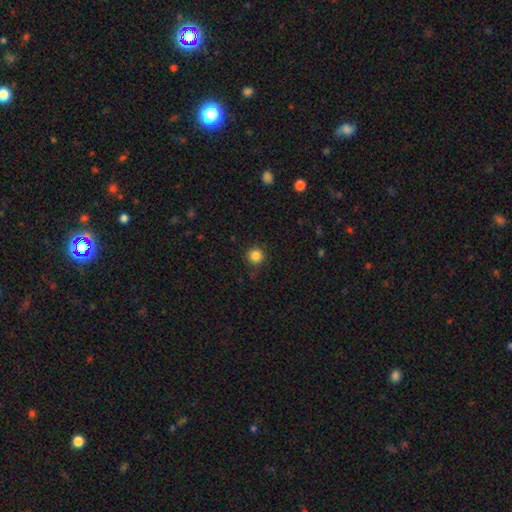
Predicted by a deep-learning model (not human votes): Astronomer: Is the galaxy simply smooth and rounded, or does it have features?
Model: smooth — 84%.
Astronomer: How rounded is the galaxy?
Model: round — 95%.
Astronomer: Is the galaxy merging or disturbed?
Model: none — 88%.